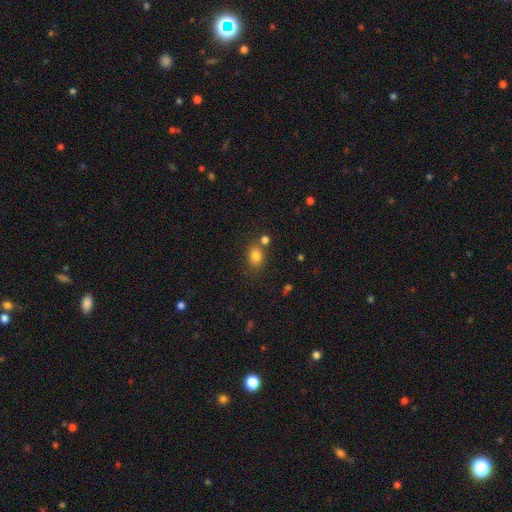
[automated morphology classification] Smooth or featured? Predicted: smooth (p=0.81). How rounded? Predicted: in between (p=0.52). Merging? Predicted: none (p=0.68).